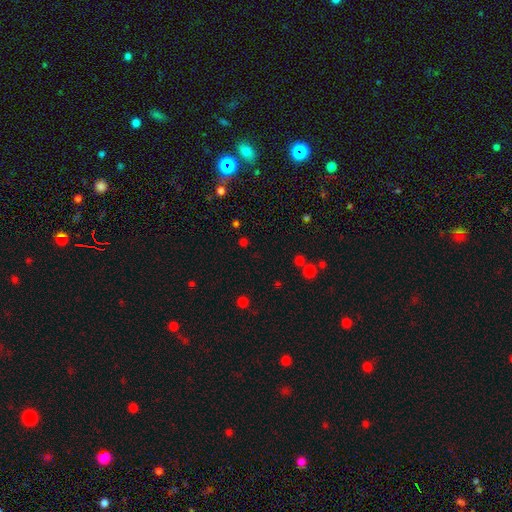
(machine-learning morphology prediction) Smooth or featured: star or artifact — 48% (smooth — 45%)